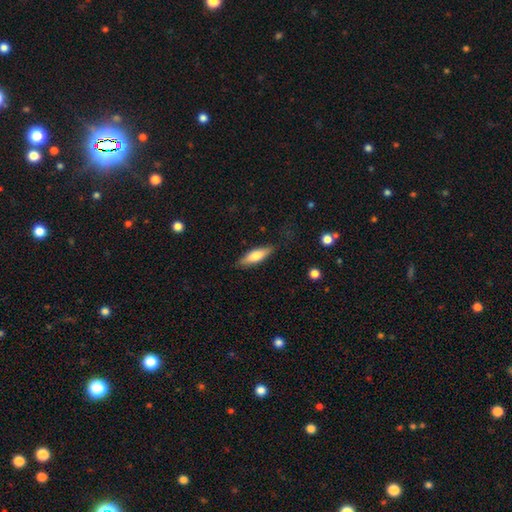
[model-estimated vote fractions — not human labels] A smooth galaxy with no disk features (68%) that is cigar-shaped (55%).

Vote fractions:
- Smooth or featured? smooth: 68% / featured or disk: 26% / star or artifact: 6%
- How rounded? cigar-shaped: 55% / in between: 43% / round: 2%
- Merging? none: 83% / minor disturbance: 13% / major disturbance: 3% / merger: 1%